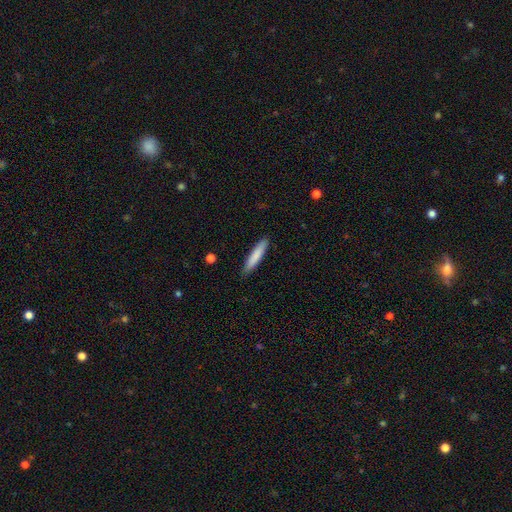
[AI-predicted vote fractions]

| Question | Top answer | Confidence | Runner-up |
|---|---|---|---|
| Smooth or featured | smooth | 82% | featured or disk (13%) |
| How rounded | cigar-shaped | 89% | in between (10%) |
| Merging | none | 89% | minor disturbance (8%) |